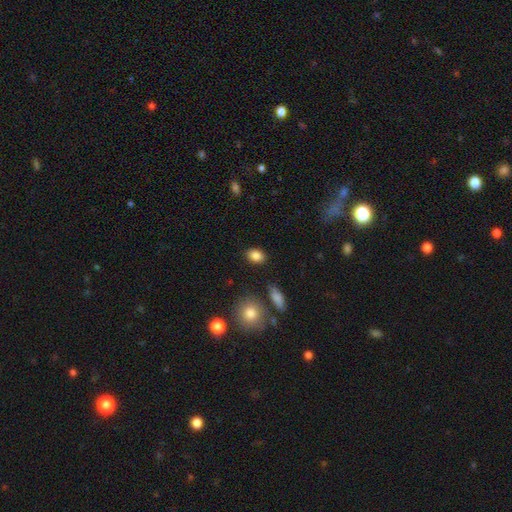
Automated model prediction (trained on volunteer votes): The model was most divided on "how rounded": in between: 66%, round: 32%, cigar-shaped: 2%. More confident: merging — none (86%); smooth or featured — smooth (85%).